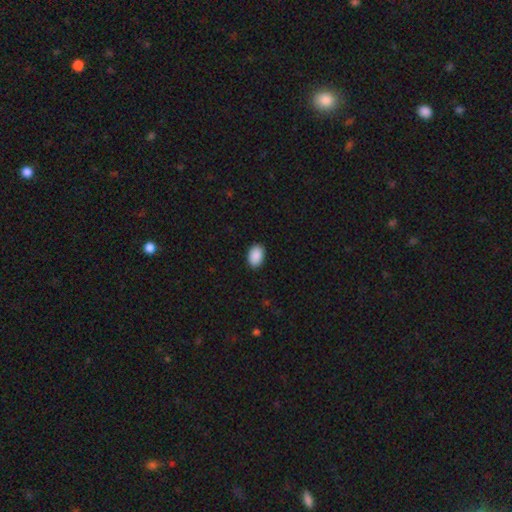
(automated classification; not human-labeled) The model was most divided on "how rounded": in between: 88%, round: 11%, cigar-shaped: 1%. More confident: smooth or featured — smooth (91%); merging — none (89%).